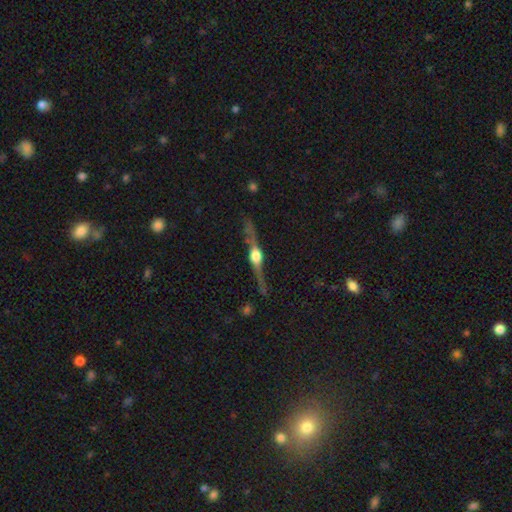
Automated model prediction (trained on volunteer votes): This appears to be a featured or disk galaxy (85%) viewed edge-on (97%) with a rounded central bulge (94%). Merging: none (83%).